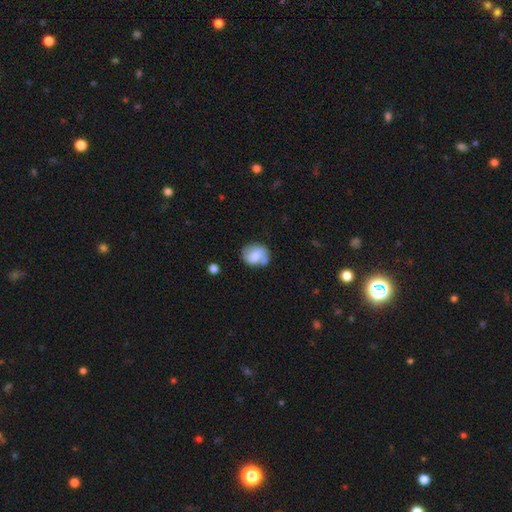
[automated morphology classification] This appears to be a smooth galaxy with no disk features (66%) that is round (55%). Merging: none (49%).